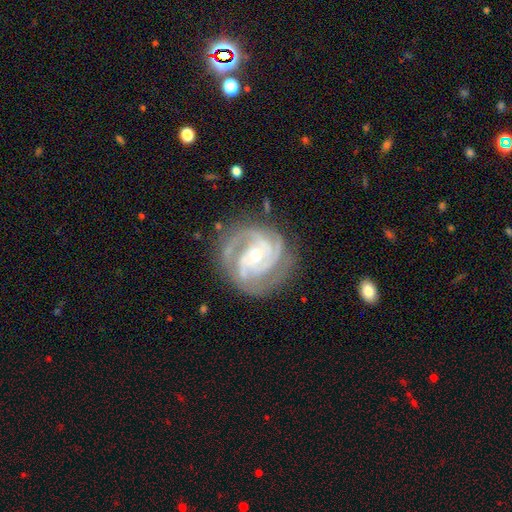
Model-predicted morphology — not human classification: Smooth or featured: featured or disk — 92% (star or artifact — 4%)
Edge-on disk: no — 98% (yes — 2%)
Bar: no — 62% (weak — 27%)
Spiral arms: yes — 98% (no — 2%)
Spiral winding: tight — 66% (medium — 30%)
Spiral arm count: 3 — 55% (2 — 15%)
Bulge size: moderate — 49% (small — 47%)
Merging: none — 78% (minor disturbance — 15%)